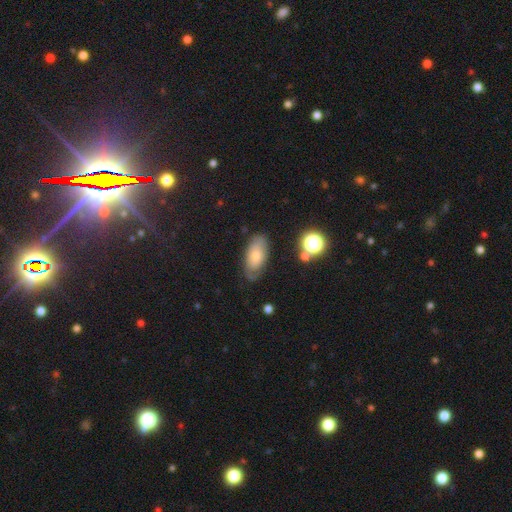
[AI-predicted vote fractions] Morphology: type=smooth (62%); roundness=in between (91%); merging=none (67%).